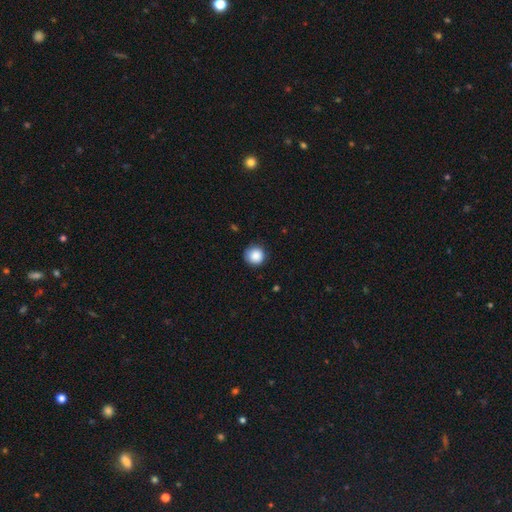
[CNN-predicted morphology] type=smooth (87%); roundness=round (95%); merging=none (84%).